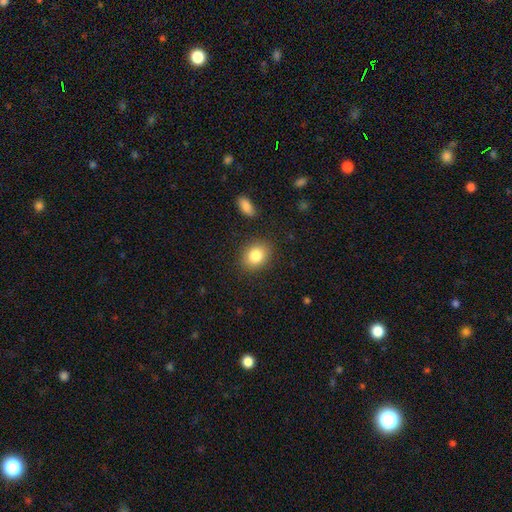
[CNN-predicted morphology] This appears to be a smooth galaxy with no disk features (83%) that is in between round and cigar-shaped (54%). Merging: none (86%).